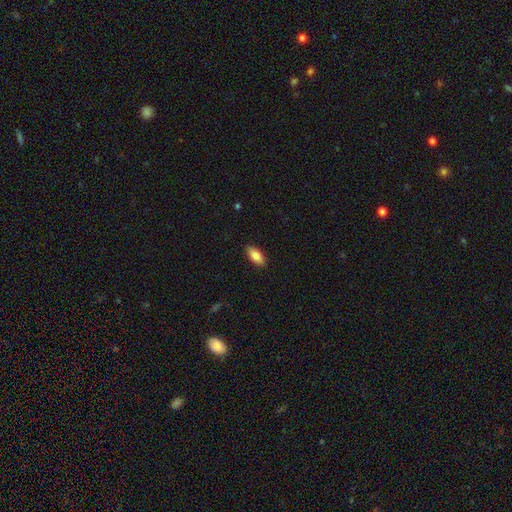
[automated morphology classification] The model was most divided on "smooth or featured": smooth: 84%, featured or disk: 10%, star or artifact: 6%. More confident: merging — none (90%); how rounded — in between (87%).